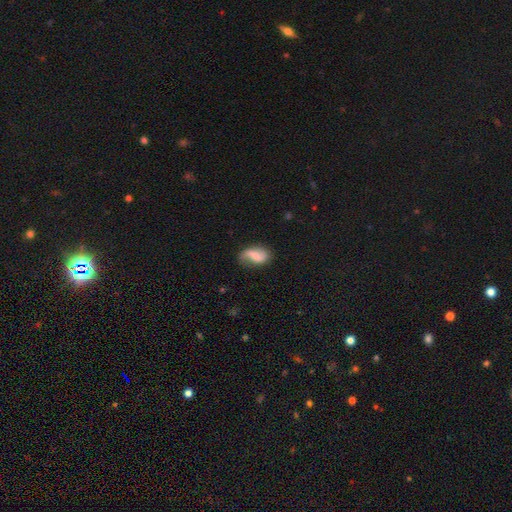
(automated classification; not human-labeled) Morphology: type=featured or disk (53%); edge-on=no (96%); bar=weak (43%); spiral arms=yes (88%); bulge=none (34%, tied with small); merging=none (57%).